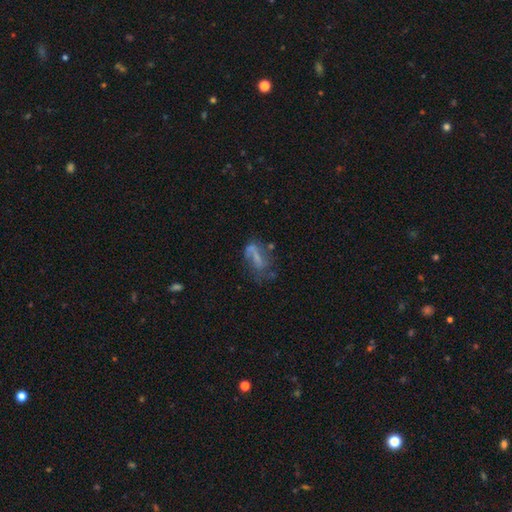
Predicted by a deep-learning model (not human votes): Smooth or featured? Predicted: featured or disk (p=0.49). Merging? Predicted: none (p=0.36).